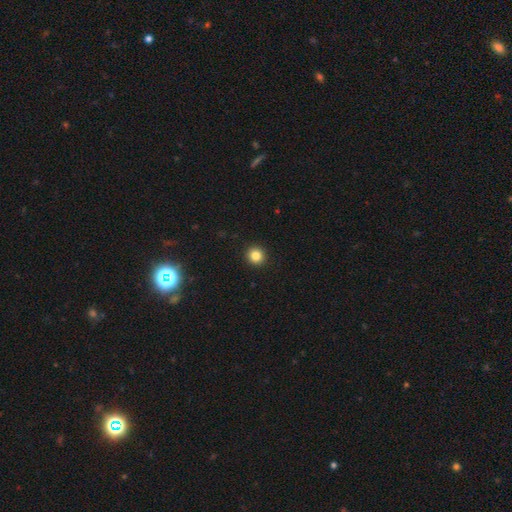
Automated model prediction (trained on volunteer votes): A smooth galaxy with no disk features (83%) that is round (93%).

Vote fractions:
- Smooth or featured? smooth: 83% / star or artifact: 12% / featured or disk: 5%
- How rounded? round: 93% / in between: 6% / cigar-shaped: 1%
- Merging? none: 93% / minor disturbance: 4% / major disturbance: 1% / merger: 1%